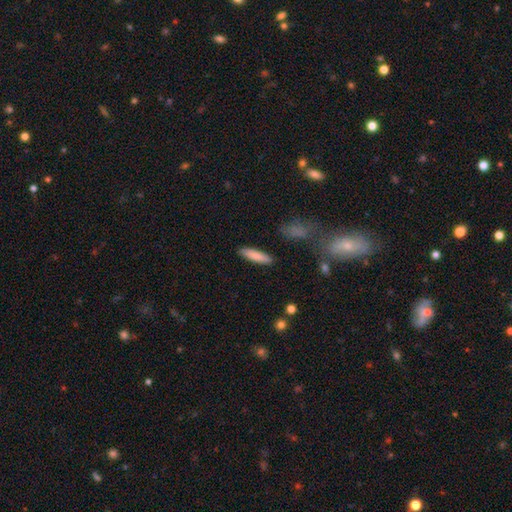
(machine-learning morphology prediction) Overall: smooth (84%). How rounded: cigar-shaped (71%). Merging: none (89%).